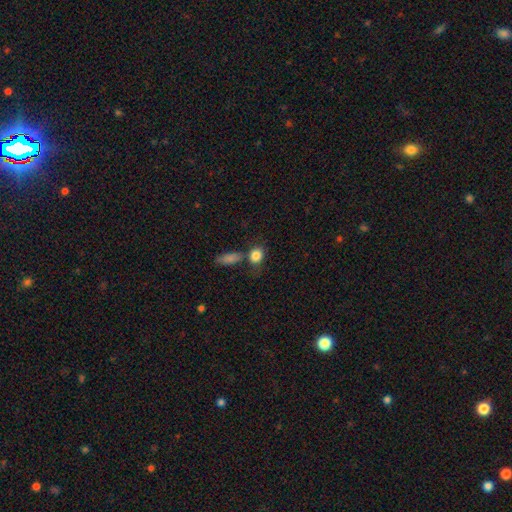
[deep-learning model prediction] smooth-or-featured: smooth: 85% | star or artifact: 9% | featured or disk: 7%
  how-rounded: round: 54% | in between: 43% | cigar-shaped: 3%
  merging: none: 54% | merger: 25% | minor disturbance: 14% | major disturbance: 7%